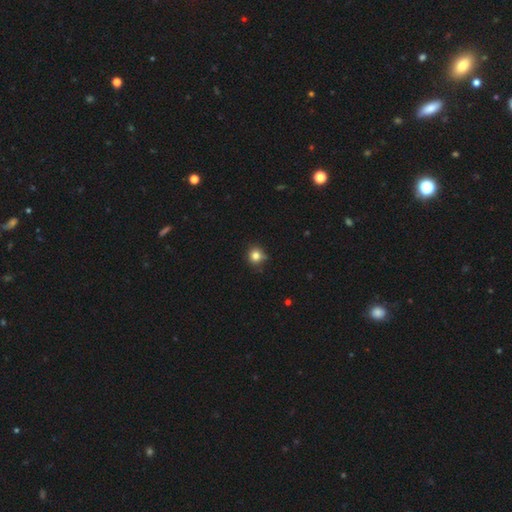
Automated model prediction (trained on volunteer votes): This appears to be a smooth galaxy with no disk features (82%) that is round (91%). Merging: none (82%).